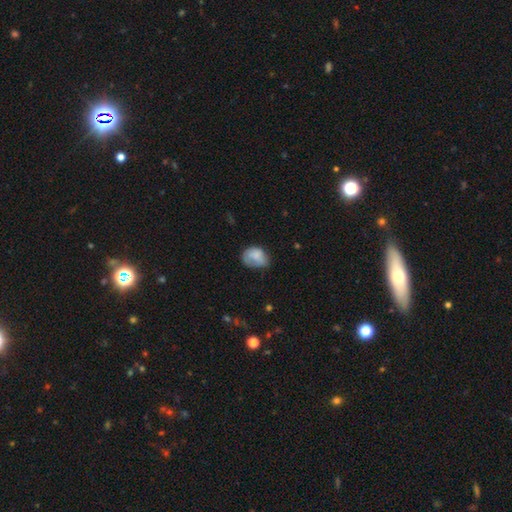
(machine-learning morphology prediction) Smooth or featured: smooth — 77% (featured or disk — 15%)
How rounded: in between — 67% (round — 32%)
Merging: none — 42% (minor disturbance — 39%)